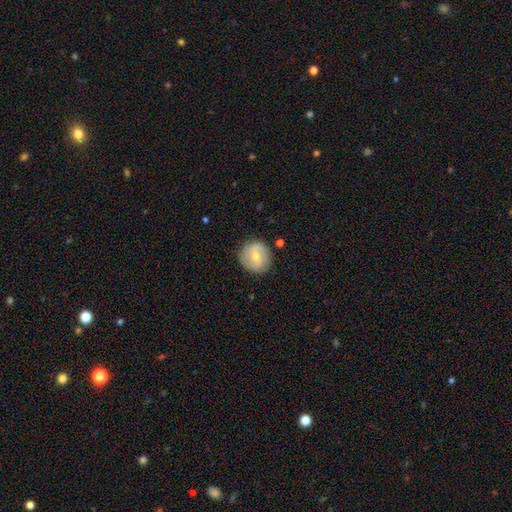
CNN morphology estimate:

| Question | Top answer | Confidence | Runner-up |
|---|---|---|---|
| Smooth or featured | featured or disk | 54% | smooth (39%) |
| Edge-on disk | no | 97% | yes (3%) |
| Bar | weak | 46% | no (43%) |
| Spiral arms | yes | 82% | no (18%) |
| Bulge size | small | 52% | moderate (44%) |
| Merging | none | 84% | minor disturbance (11%) |